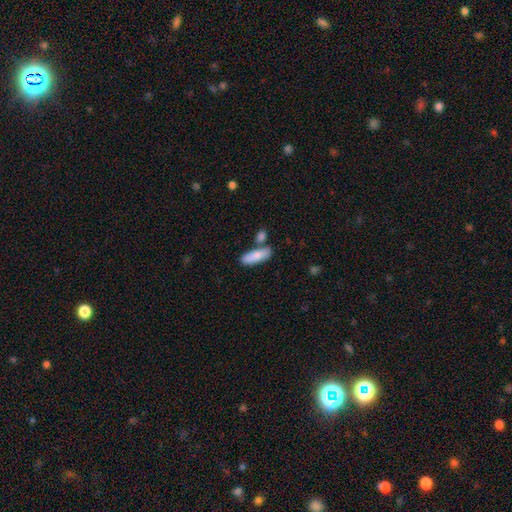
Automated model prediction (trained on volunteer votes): smooth-or-featured: smooth: 82% | featured or disk: 12% | star or artifact: 6%
  how-rounded: in between: 61% | cigar-shaped: 36% | round: 2%
  merging: none: 65% | merger: 18% | minor disturbance: 14% | major disturbance: 3%